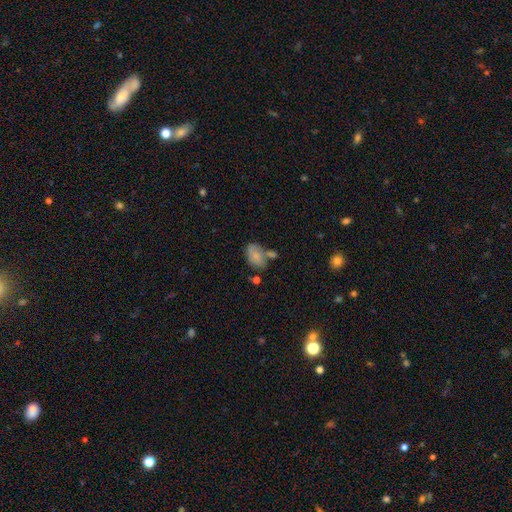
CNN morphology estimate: type=smooth (75%); roundness=in between (89%); merging=none (40%).